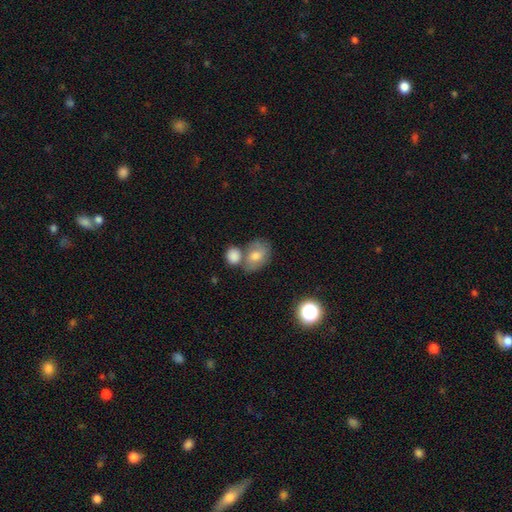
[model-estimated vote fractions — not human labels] Smooth or featured? smooth (70%)
How rounded? in between (69%)
Merging? none (41%)